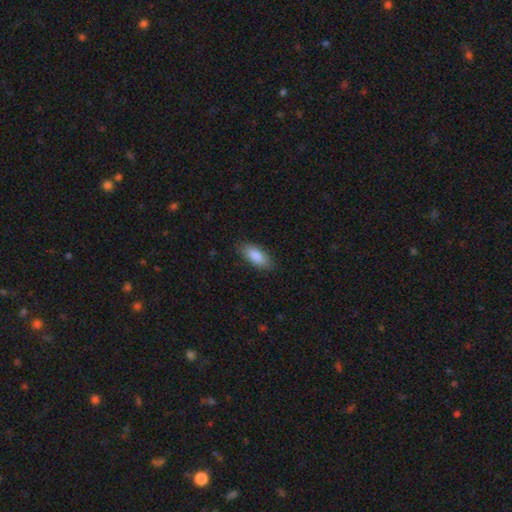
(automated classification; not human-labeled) smooth_or_featured: smooth (p=0.87) [alt: featured or disk p=0.07]
how_rounded: in between (p=0.83) [alt: cigar-shaped p=0.15]
merging: none (p=0.85) [alt: minor disturbance p=0.11]